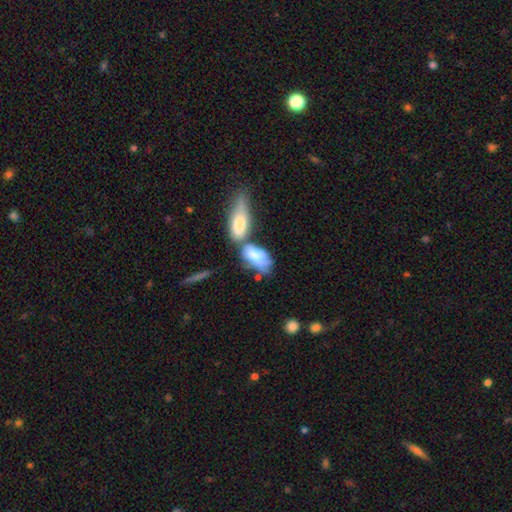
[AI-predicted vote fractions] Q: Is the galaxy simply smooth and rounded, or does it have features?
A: smooth — 65%.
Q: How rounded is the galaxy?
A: in between — 89%.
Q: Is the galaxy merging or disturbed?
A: merger — 54%.